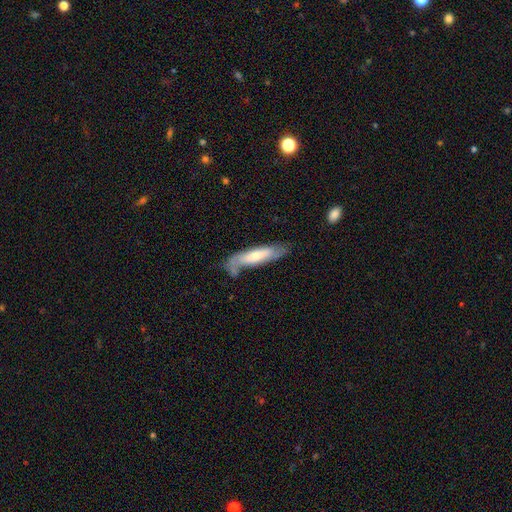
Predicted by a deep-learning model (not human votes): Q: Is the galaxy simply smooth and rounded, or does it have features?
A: smooth — 51%.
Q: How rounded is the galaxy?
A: cigar-shaped — 76%.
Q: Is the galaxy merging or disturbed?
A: none — 58%.